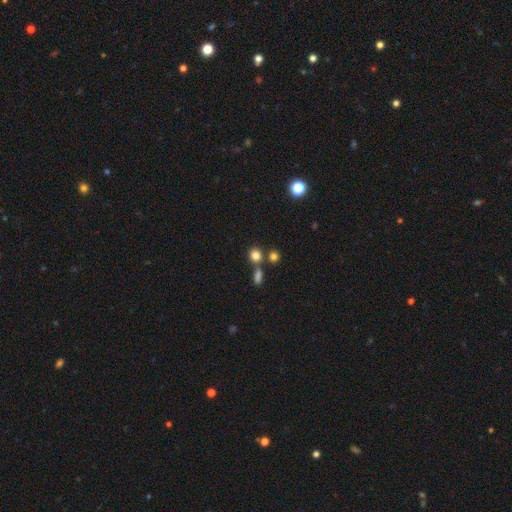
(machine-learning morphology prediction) Smooth or featured? smooth (79%)
How rounded? round (78%)
Merging? none (63%)